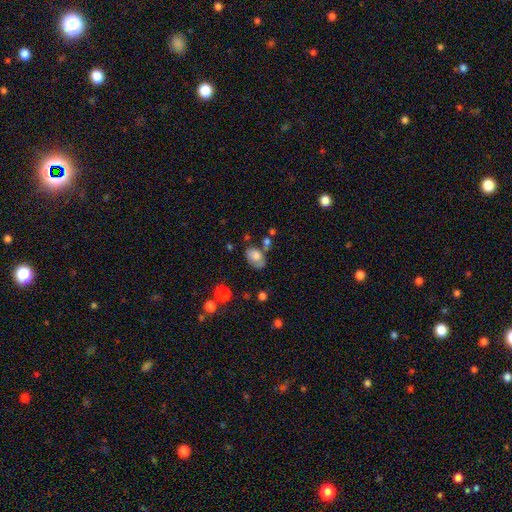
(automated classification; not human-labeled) smooth_or_featured: smooth (p=0.70) [alt: featured or disk p=0.21]
how_rounded: in between (p=0.85) [alt: round p=0.13]
merging: none (p=0.44) [alt: minor disturbance p=0.28]